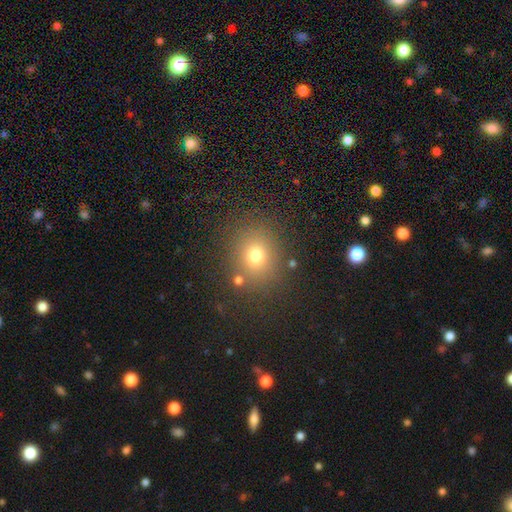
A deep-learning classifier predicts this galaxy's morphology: The model was most divided on "how rounded": round: 73%, in between: 26%, cigar-shaped: 1%. More confident: merging — none (81%); smooth or featured — smooth (72%).